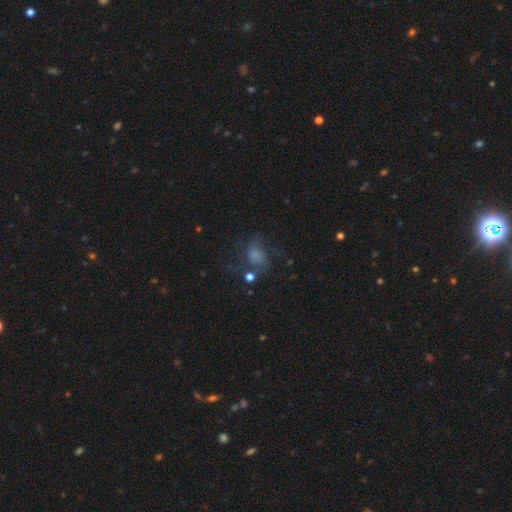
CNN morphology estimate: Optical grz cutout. It shows a smooth galaxy with no disk features (52%) that is in between round and cigar-shaped (59%). Merging: none (41%).